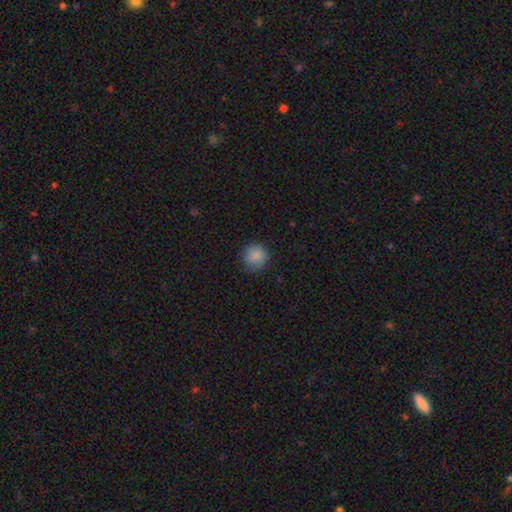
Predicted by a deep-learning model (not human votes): A smooth galaxy with no disk features (87%) that is round (93%).

Vote fractions:
- Smooth or featured? smooth: 87% / star or artifact: 9% / featured or disk: 4%
- How rounded? round: 93% / in between: 6% / cigar-shaped: 1%
- Merging? none: 85% / minor disturbance: 12% / major disturbance: 3% / merger: 1%